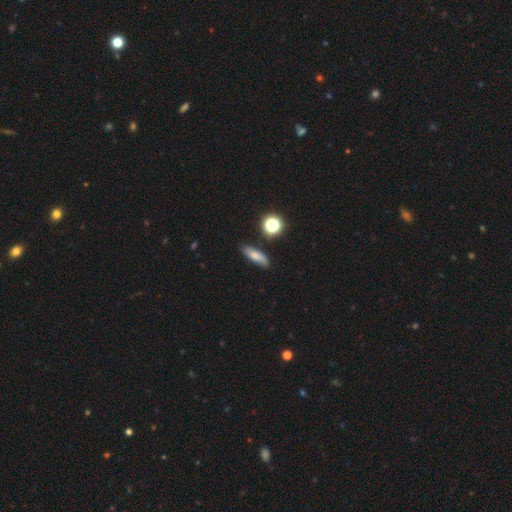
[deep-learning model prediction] A smooth galaxy with no disk features (68%) that is in between round and cigar-shaped (49%). Merging: none (79%).